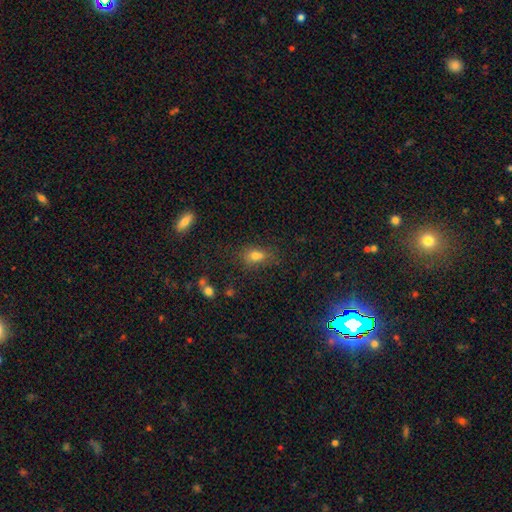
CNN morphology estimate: The model was most divided on "merging": none: 60%, minor disturbance: 20%, merger: 12%, major disturbance: 8%. More confident: smooth or featured — smooth (73%); how rounded — in between (70%).